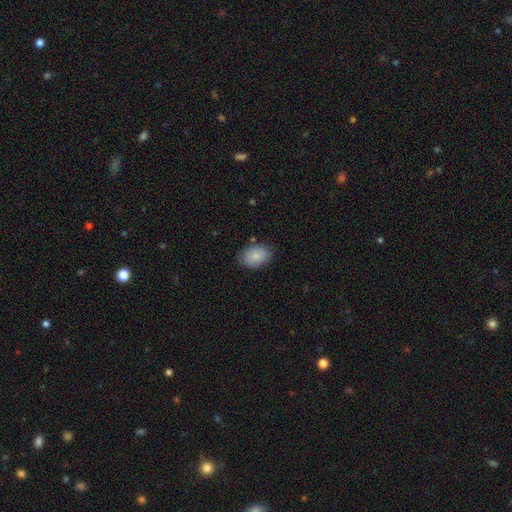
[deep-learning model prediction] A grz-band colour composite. It shows a smooth galaxy with no disk features (85%) that is in between round and cigar-shaped (84%). Merging: none (81%).